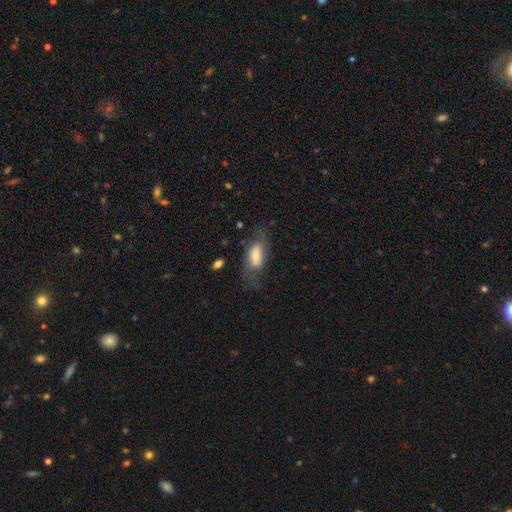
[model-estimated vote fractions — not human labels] smooth_or_featured: smooth (p=0.60) [alt: featured or disk p=0.32]
how_rounded: in between (p=0.84) [alt: cigar-shaped p=0.11]
merging: none (p=0.50) [alt: minor disturbance p=0.25]